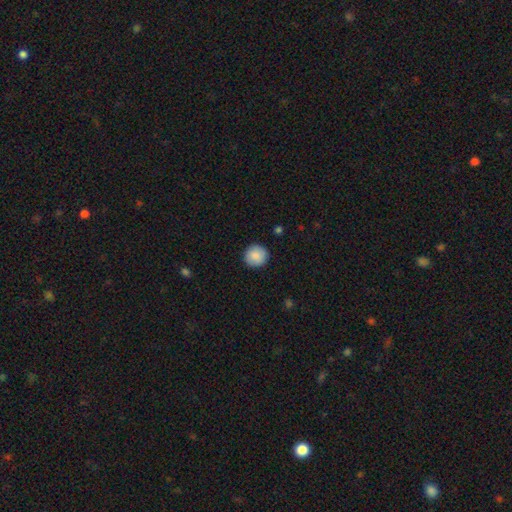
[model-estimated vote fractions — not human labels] smooth_or_featured: smooth (p=0.87) [alt: star or artifact p=0.07]
how_rounded: round (p=0.93) [alt: in between p=0.06]
merging: none (p=0.91) [alt: minor disturbance p=0.06]